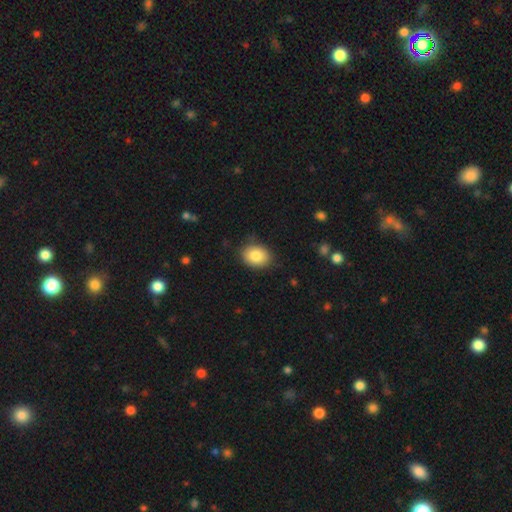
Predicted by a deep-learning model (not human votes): Overall: smooth (84%). How rounded: in between (60%; round 39%). Merging: none (82%).